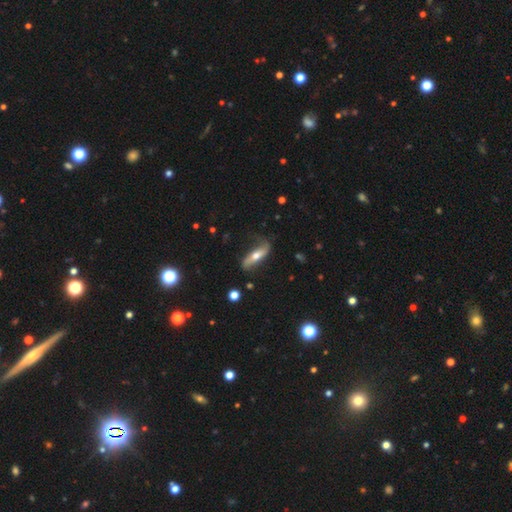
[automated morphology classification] The model was most divided on "edge-on disk": no: 59%, yes: 41%. More confident: smooth or featured — featured or disk (64%); merging — none (61%).